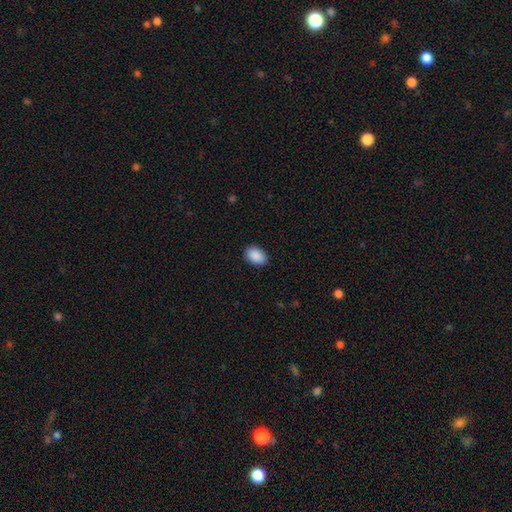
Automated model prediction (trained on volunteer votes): Q: Smooth or featured?
A: smooth (91%); runner-up: star or artifact (7%)
Q: How rounded?
A: in between (87%); runner-up: round (12%)
Q: Merging?
A: none (89%); runner-up: minor disturbance (8%)